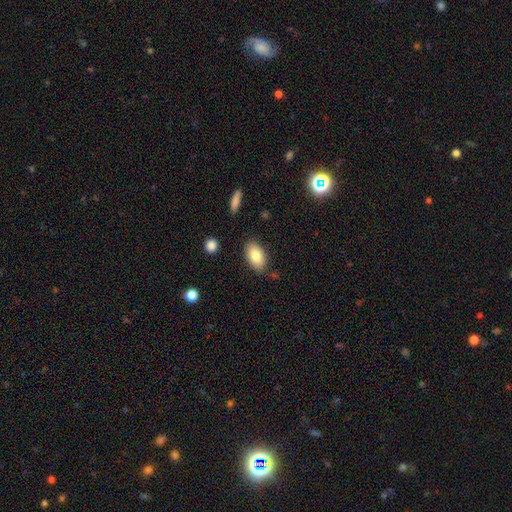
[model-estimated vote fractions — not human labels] This is clearly a smooth galaxy (82%). How rounded: clearly in between (93%). Merging: clearly none (81%).